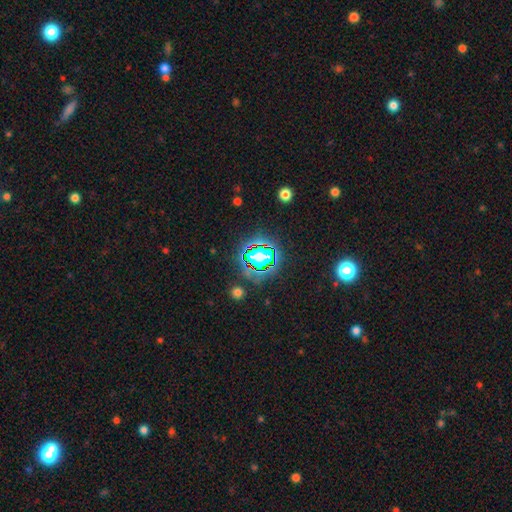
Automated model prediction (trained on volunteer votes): A star or artifact, not a galaxy (77%).

Vote fractions:
- Smooth or featured? star or artifact: 77% / smooth: 15% / featured or disk: 9%